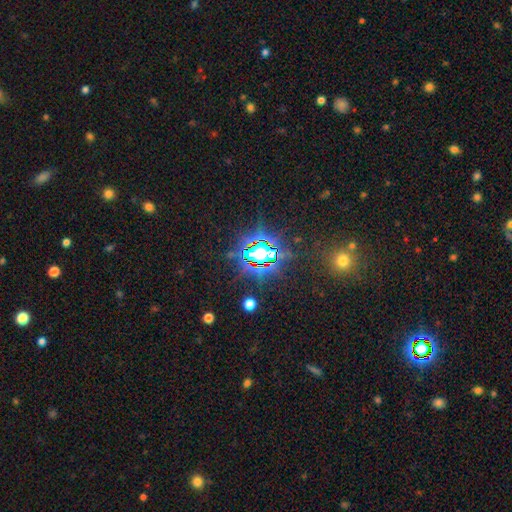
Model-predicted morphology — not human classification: A star or artifact, not a galaxy (81%).